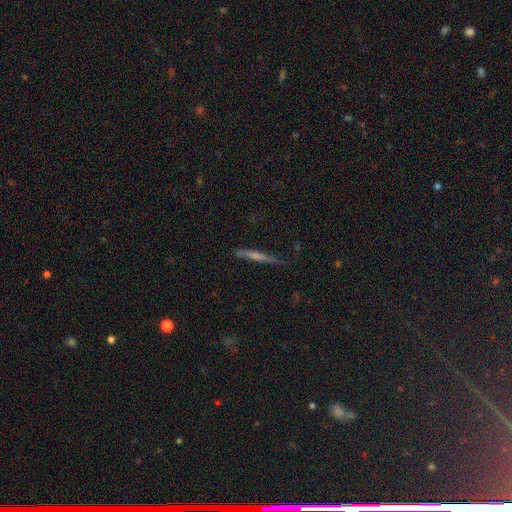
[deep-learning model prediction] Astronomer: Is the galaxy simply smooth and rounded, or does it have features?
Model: featured or disk — 56% (runner-up: smooth, 35%).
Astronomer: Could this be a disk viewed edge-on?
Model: yes — 96%.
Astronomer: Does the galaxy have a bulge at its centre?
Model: none — 46% (runner-up: rounded, 42%).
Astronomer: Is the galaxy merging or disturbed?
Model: none — 84%.